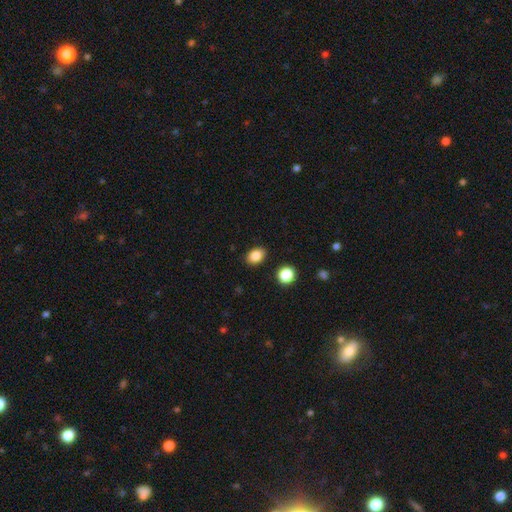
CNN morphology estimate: A smooth galaxy with no disk features (85%) that is in between round and cigar-shaped (69%). Merging: none (88%).